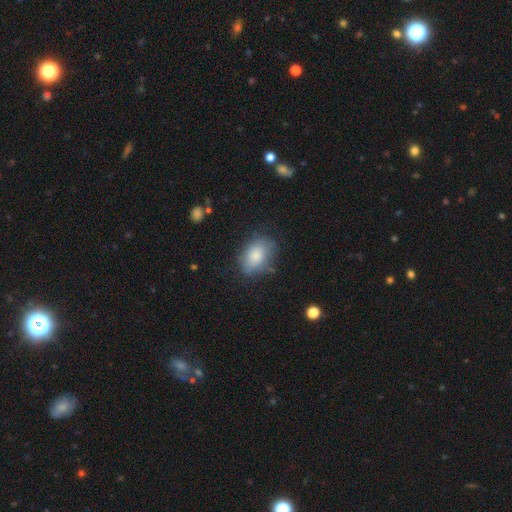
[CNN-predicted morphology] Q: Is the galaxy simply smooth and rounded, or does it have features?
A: smooth — 82%.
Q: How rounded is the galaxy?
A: in between — 84%.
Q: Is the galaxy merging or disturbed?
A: none — 70%.